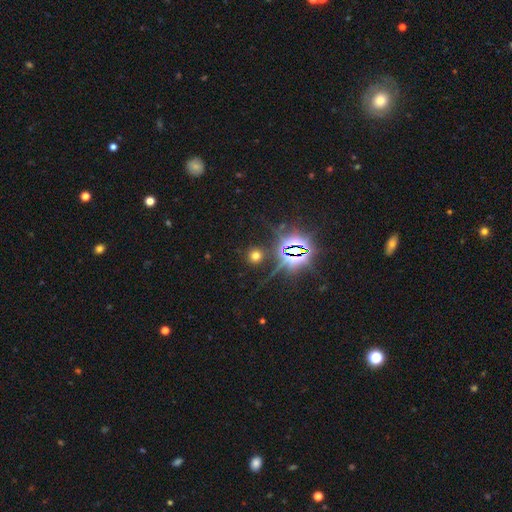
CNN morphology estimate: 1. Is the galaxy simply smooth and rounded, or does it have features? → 53% smooth, 38% star or artifact, 9% featured or disk.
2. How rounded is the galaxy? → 90% round, 8% in between, 2% cigar-shaped.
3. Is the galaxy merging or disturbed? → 86% none, 7% minor disturbance, 4% major disturbance, 3% merger.